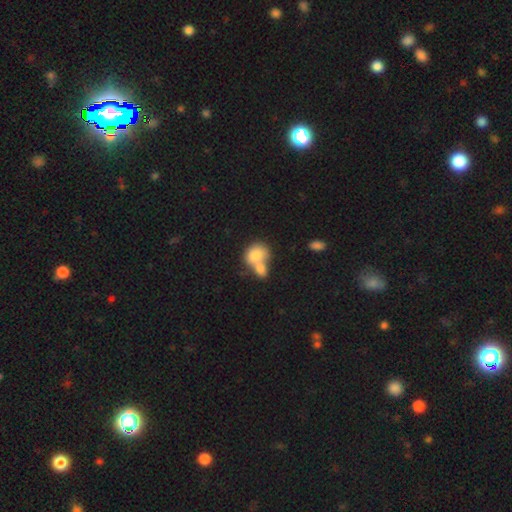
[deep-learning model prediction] The model was most divided on "how rounded": round: 53%, in between: 46%, cigar-shaped: 1%. More confident: smooth or featured — smooth (78%); merging — merger (66%).